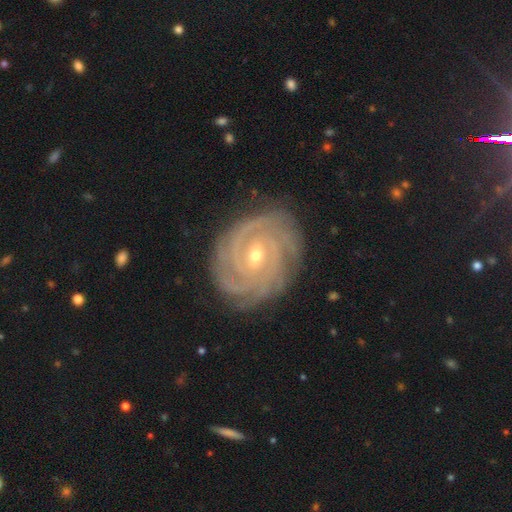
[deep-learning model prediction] A featured or disk galaxy (91%) with a weak bar (45%), 4 (29%) tight (83%) spiral arms (98%) and a small central bulge (53%).

Vote fractions:
- Smooth or featured? featured or disk: 91% / star or artifact: 5% / smooth: 4%
- Edge-on disk? no: 97% / yes: 3%
- Bar? weak: 45% / no: 38% / strong: 17%
- Spiral arms? yes: 98% / no: 2%
- Spiral winding? tight: 83% / medium: 15% / loose: 2%
- Spiral arm count? 4: 29% / 3: 28% / can't tell: 15% / 2: 13% / more than 4: 9% / 1: 7%
- Bulge size? small: 53% / moderate: 44% / large: 1% / none: 1% / dominant: 1%
- Merging? none: 83% / minor disturbance: 13% / major disturbance: 3% / merger: 1%